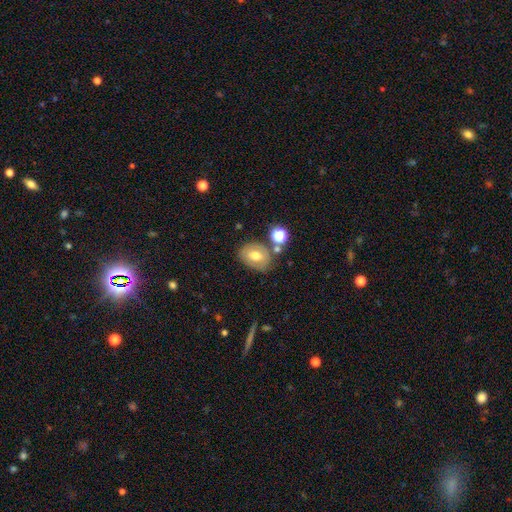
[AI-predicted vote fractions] smooth-or-featured: smooth: 60% | featured or disk: 29% | star or artifact: 11%
  how-rounded: in between: 64% | round: 35% | cigar-shaped: 1%
  merging: none: 67% | minor disturbance: 16% | merger: 12% | major disturbance: 6%